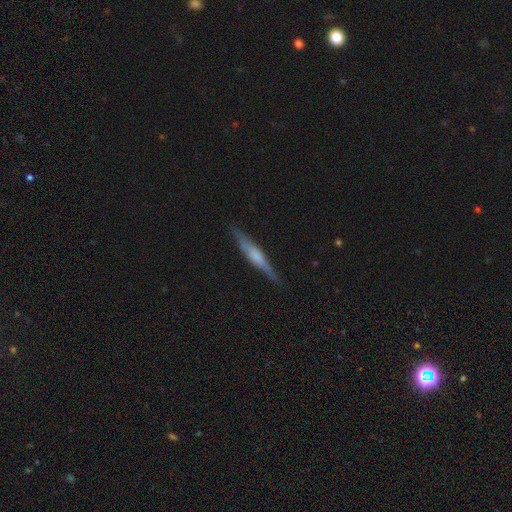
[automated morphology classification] Smooth or featured?
  - featured or disk: 62% *
  - smooth: 32%
  - star or artifact: 6%
Edge-on disk?
  - yes: 96% *
  - no: 4%
Edge-on bulge?
  - rounded: 46% *
  - boxy: 37%
  - none: 17%
Merging?
  - none: 87% *
  - minor disturbance: 10%
  - major disturbance: 2%
  - merger: 1%